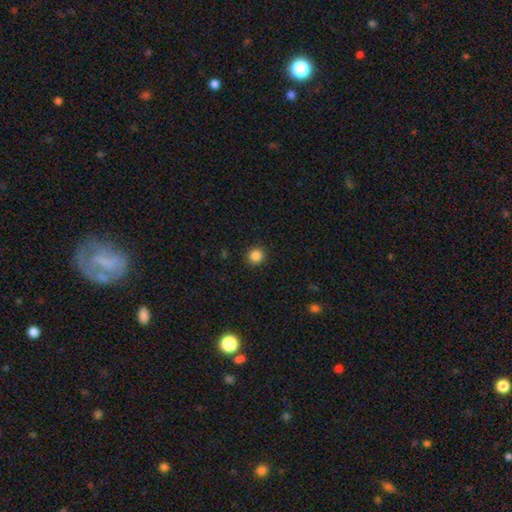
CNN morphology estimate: type=smooth (86%); roundness=round (92%); merging=none (92%).